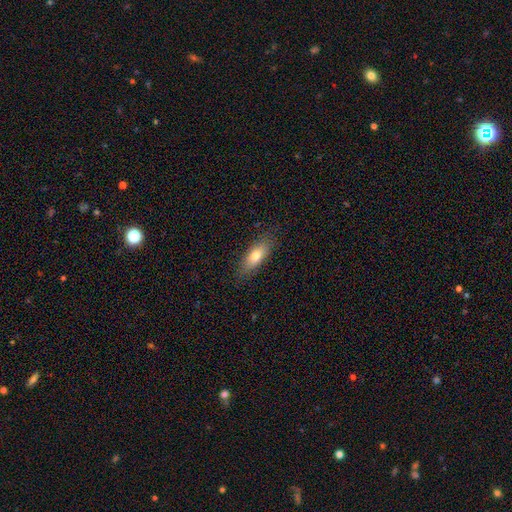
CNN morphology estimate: Smooth or featured: smooth — 74% (featured or disk — 19%)
How rounded: in between — 73% (cigar-shaped — 24%)
Merging: none — 83% (minor disturbance — 12%)